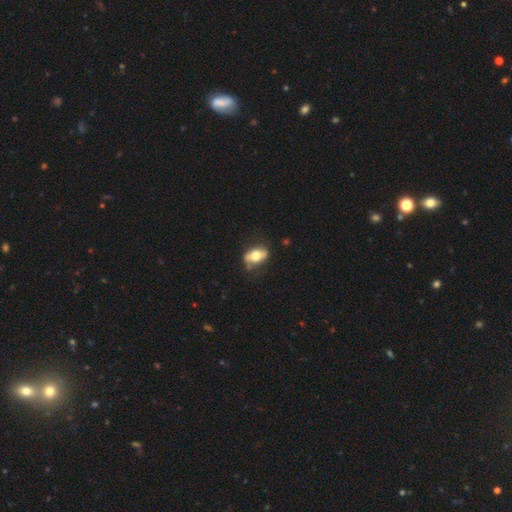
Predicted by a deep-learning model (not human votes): Q: Smooth or featured?
A: smooth (56%); runner-up: featured or disk (37%)
Q: How rounded?
A: in between (83%); runner-up: round (9%)
Q: Merging?
A: none (67%); runner-up: minor disturbance (23%)